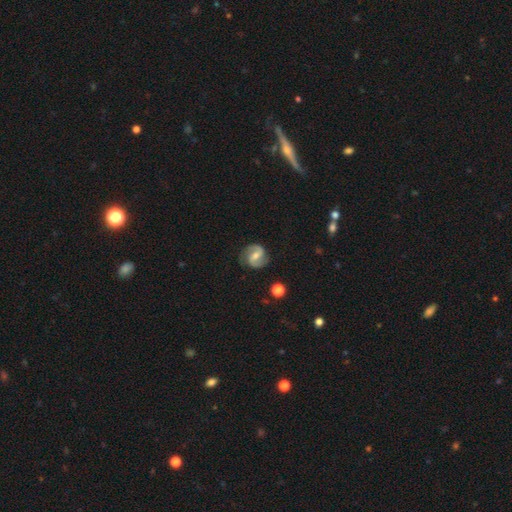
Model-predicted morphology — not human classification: Smooth or featured? Predicted: featured or disk (p=0.85). Edge-on disk? Predicted: no (p=0.98). Bar? Predicted: weak (p=0.46). Spiral arms? Predicted: yes (p=0.96). Spiral winding? Predicted: medium (p=0.54). Spiral arm count? Predicted: 2 (p=0.93). Bulge size? Predicted: moderate (p=0.53). Merging? Predicted: none (p=0.85).